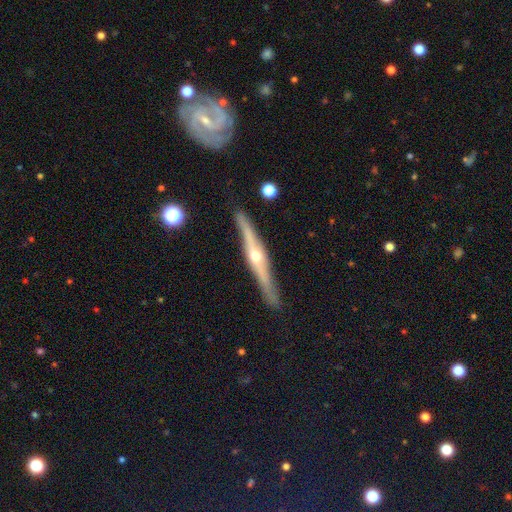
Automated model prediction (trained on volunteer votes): smooth_or_featured: featured or disk (p=0.80) [alt: smooth p=0.14]
disk_edge_on: yes (p=0.97) [alt: no p=0.03]
edge_on_bulge: rounded (p=0.92) [alt: none p=0.05]
merging: none (p=0.87) [alt: minor disturbance p=0.09]